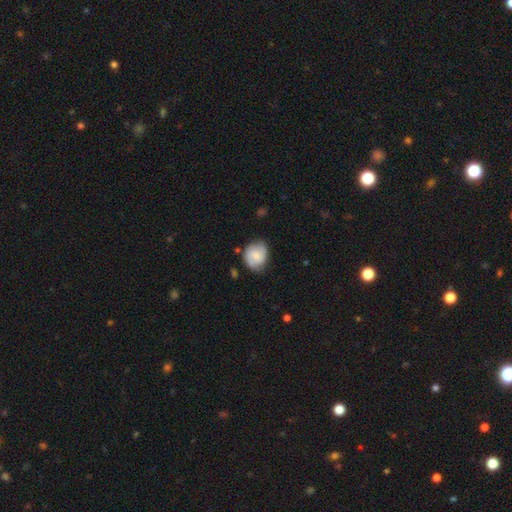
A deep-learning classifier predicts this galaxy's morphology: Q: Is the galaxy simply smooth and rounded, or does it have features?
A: smooth — 49%.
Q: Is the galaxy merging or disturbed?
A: none — 69%.